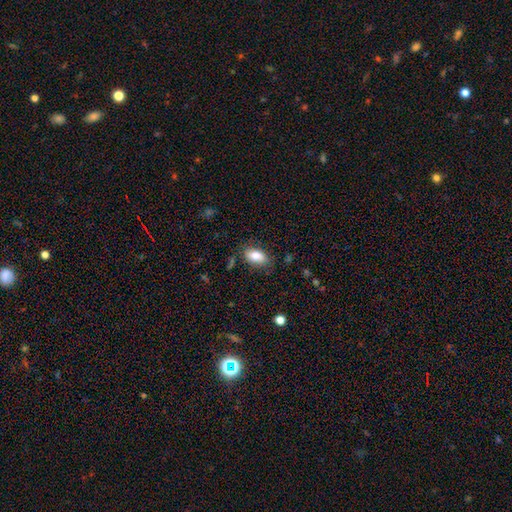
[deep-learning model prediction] Morphology: type=smooth (83%); roundness=in between (91%); merging=none (80%).